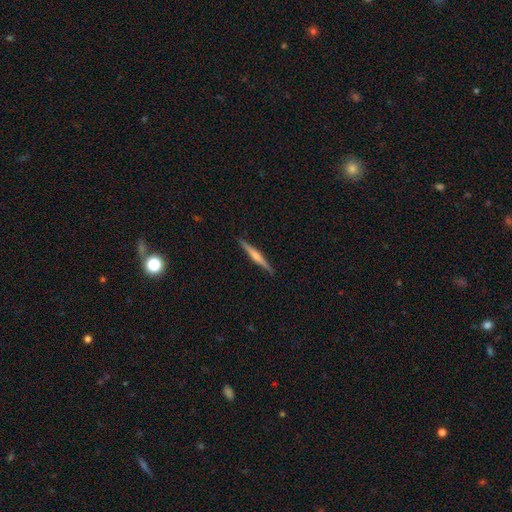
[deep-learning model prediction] featured or disk 66%, smooth 28%, star or artifact 6%. Down the decision tree: edge-on disk — yes (98%); edge-on bulge — rounded (66%); merging — none (91%).